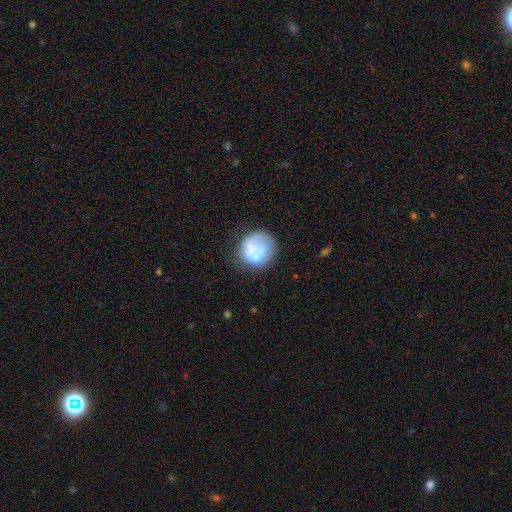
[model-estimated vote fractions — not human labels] Smooth or featured: smooth — 62% (featured or disk — 30%)
How rounded: round — 87% (in between — 12%)
Merging: none — 55% (minor disturbance — 21%)